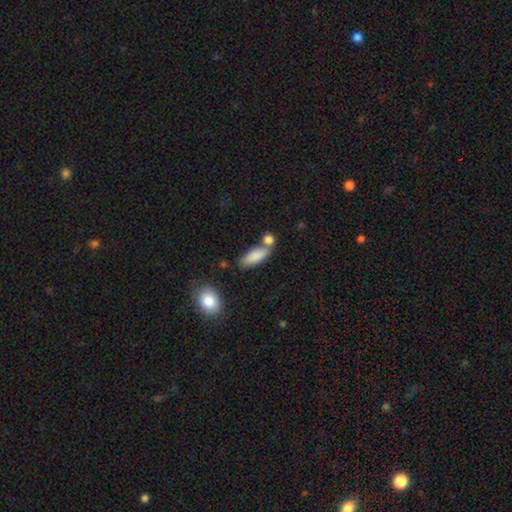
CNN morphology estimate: smooth_or_featured: smooth (p=0.85) [alt: featured or disk p=0.08]
how_rounded: in between (p=0.73) [alt: cigar-shaped p=0.24]
merging: none (p=0.54) [alt: merger p=0.27]